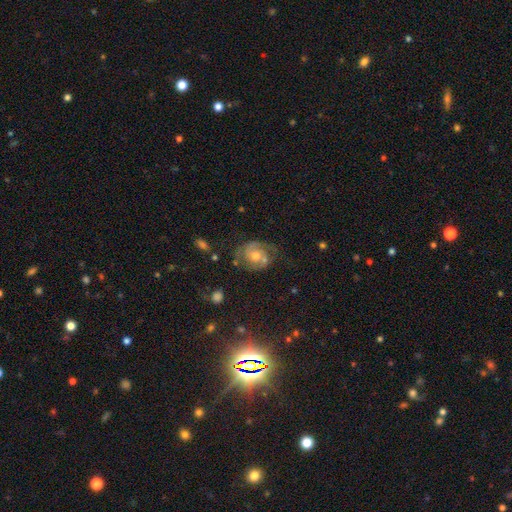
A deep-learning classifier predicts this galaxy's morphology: smooth-or-featured: featured or disk: 68% | smooth: 18% | star or artifact: 14%
  disk-edge-on: no: 97% | yes: 3%
    bar: no: 71% | weak: 24% | strong: 5%
    has-spiral-arms: yes: 87% | no: 13%
      spiral-winding: tight: 44% | medium: 41% | loose: 14%
      spiral-arm-count: 2: 63% | can't tell: 19% | 1: 9% | 3: 5% | 4: 2% | more than 4: 2%
    bulge-size: moderate: 65% | small: 25% | large: 6% | none: 3% | dominant: 1%
  merging: none: 62% | minor disturbance: 20% | major disturbance: 12% | merger: 6%